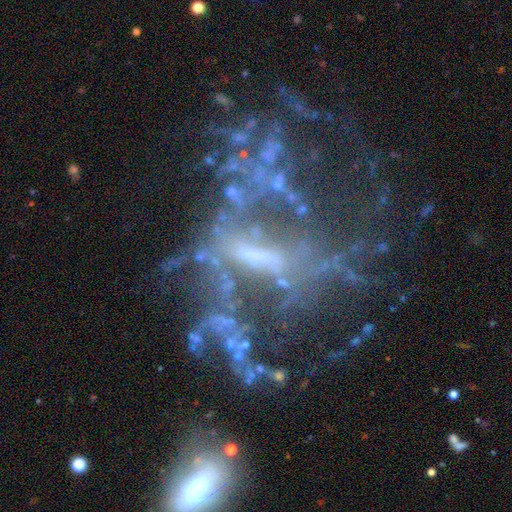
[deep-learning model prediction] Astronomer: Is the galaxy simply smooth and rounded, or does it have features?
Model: featured or disk — 73%.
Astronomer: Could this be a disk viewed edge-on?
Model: no — 95%.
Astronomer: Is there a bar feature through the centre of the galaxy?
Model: weak — 35% (runner-up: no, 32%).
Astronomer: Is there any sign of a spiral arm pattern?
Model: no — 54% (runner-up: yes, 46%).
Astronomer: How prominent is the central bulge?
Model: small — 39% (runner-up: none, 32%).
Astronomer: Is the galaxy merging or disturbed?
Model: major disturbance — 39% (runner-up: none, 36%).